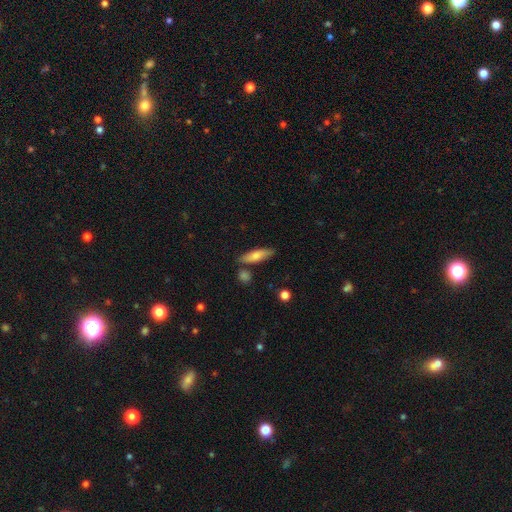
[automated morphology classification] Smooth or featured? smooth (69%)
How rounded? cigar-shaped (56%)
Merging? none (79%)